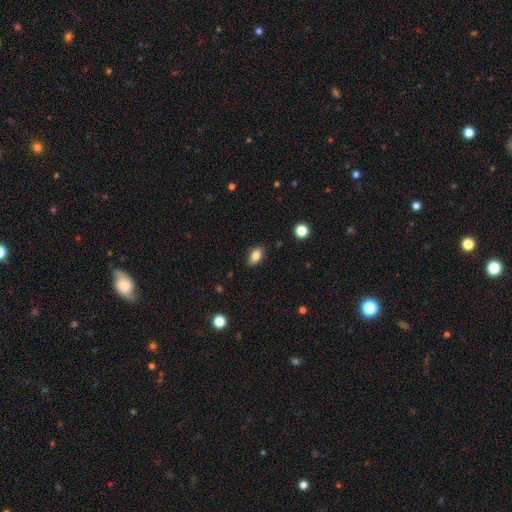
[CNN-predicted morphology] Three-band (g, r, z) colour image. It shows a smooth galaxy with no disk features (84%) that is in between round and cigar-shaped (88%). Merging: none (86%).